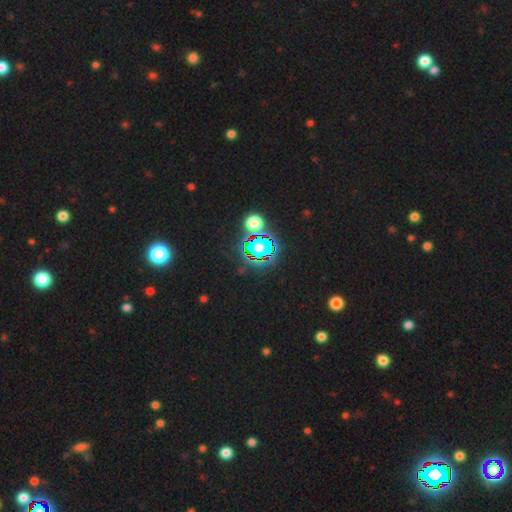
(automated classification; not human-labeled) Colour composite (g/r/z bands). It shows a star or artifact, not a galaxy (81%).